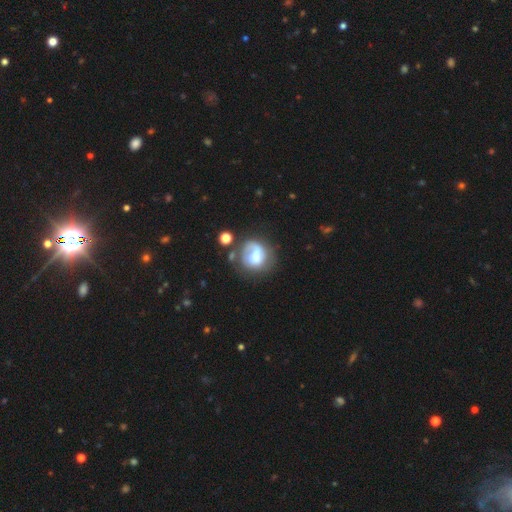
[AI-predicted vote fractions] Morphology: type=featured or disk (46%); merging=none (47%).